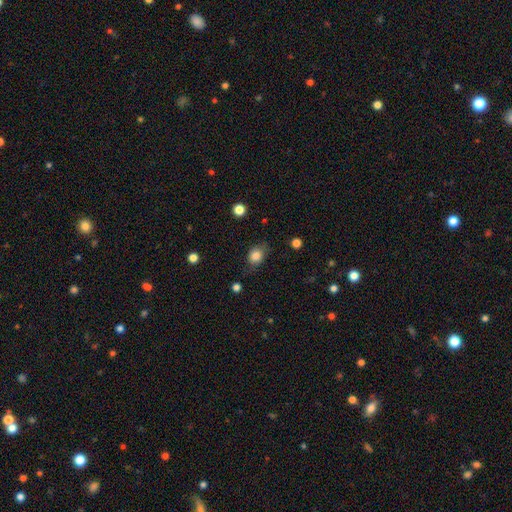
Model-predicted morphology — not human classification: smooth_or_featured: smooth (p=0.83) [alt: star or artifact p=0.09]
how_rounded: round (p=0.51) [alt: in between p=0.48]
merging: none (p=0.70) [alt: minor disturbance p=0.23]